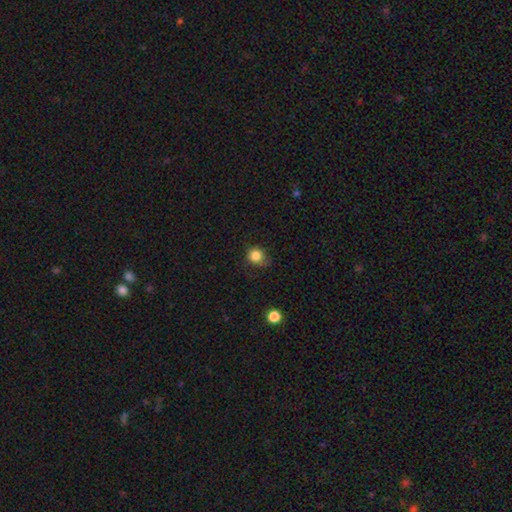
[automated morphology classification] smooth-or-featured: smooth: 83% | star or artifact: 12% | featured or disk: 5%
  how-rounded: round: 82% | in between: 17% | cigar-shaped: 1%
  merging: none: 70% | minor disturbance: 23% | major disturbance: 6% | merger: 1%